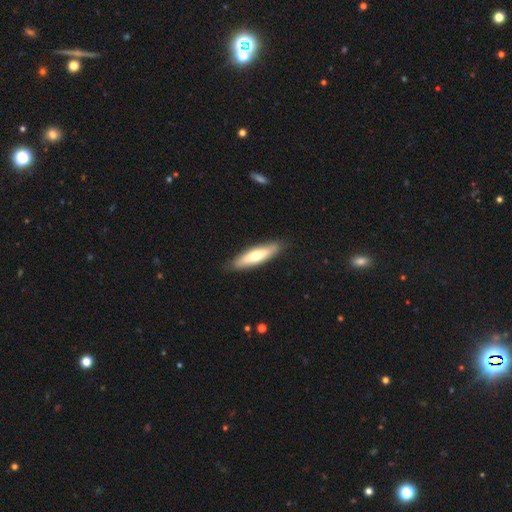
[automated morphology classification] Smooth or featured: smooth — 59% (featured or disk — 36%)
How rounded: cigar-shaped — 66% (in between — 32%)
Merging: none — 87% (minor disturbance — 10%)